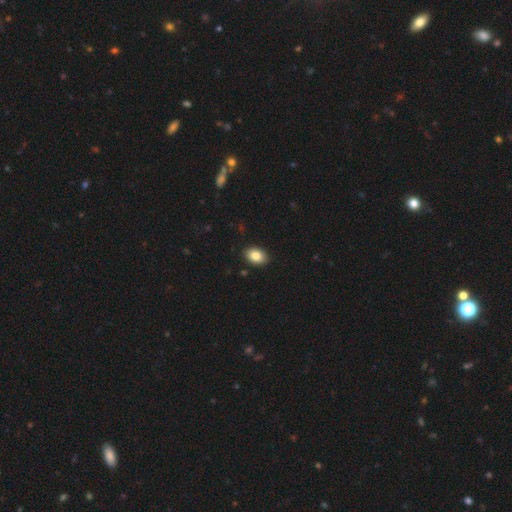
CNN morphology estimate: Smooth or featured: smooth — 86% (star or artifact — 8%)
How rounded: in between — 84% (round — 15%)
Merging: none — 90% (minor disturbance — 8%)